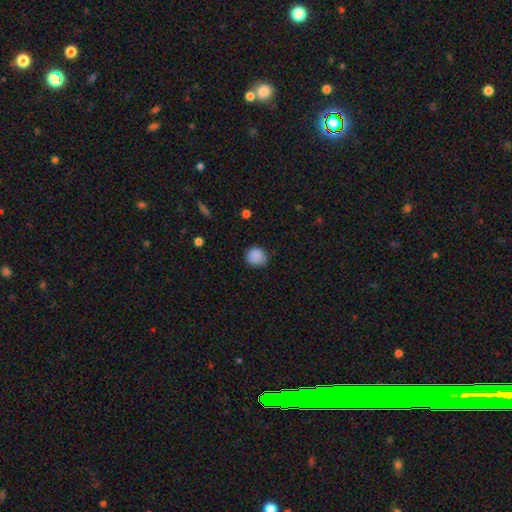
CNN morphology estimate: smooth_or_featured: smooth (p=0.87) [alt: star or artifact p=0.09]
how_rounded: round (p=0.88) [alt: in between p=0.11]
merging: none (p=0.73) [alt: minor disturbance p=0.22]